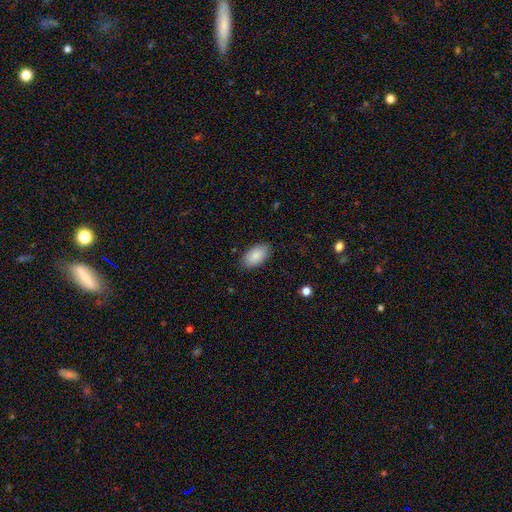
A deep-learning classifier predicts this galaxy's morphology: The model was most divided on "merging": none: 86%, minor disturbance: 10%, major disturbance: 2%, merger: 1%. More confident: how rounded — in between (95%); smooth or featured — smooth (88%).